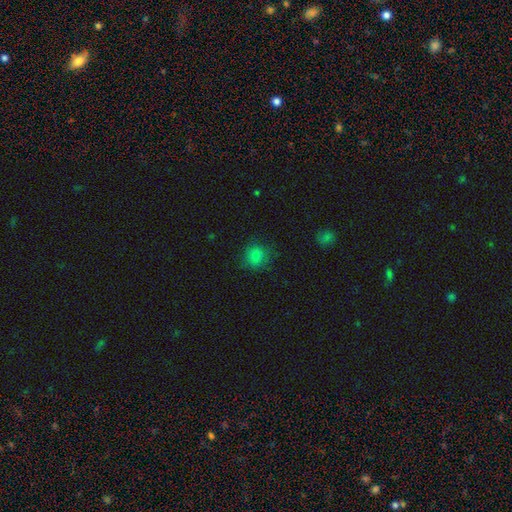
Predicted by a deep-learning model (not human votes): Smooth or featured? smooth (82%)
How rounded? round (87%)
Merging? none (83%)